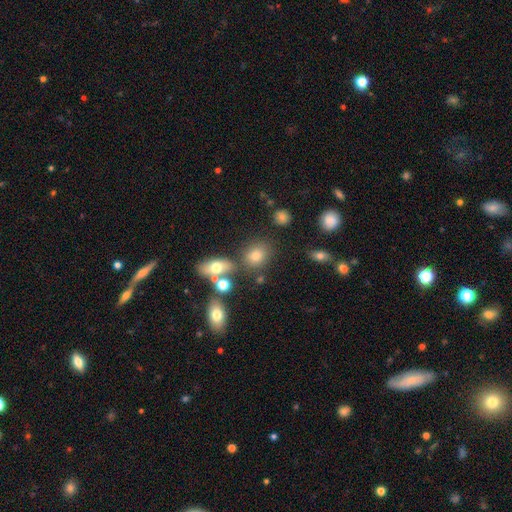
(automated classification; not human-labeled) This appears to be a smooth galaxy with no disk features (74%) that is in between round and cigar-shaped (51%). Merging: none (65%).